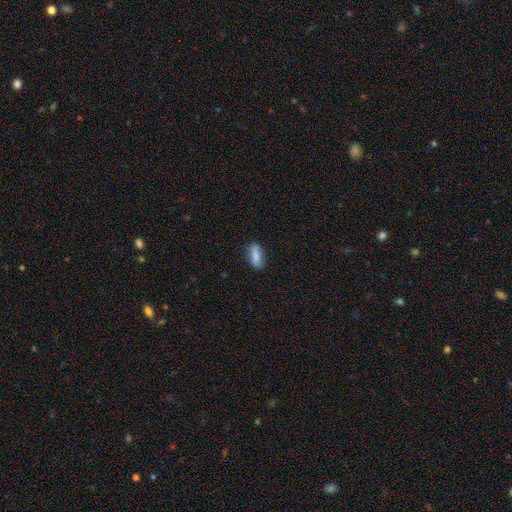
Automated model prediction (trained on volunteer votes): Smooth or featured? smooth (79%)
How rounded? in between (69%)
Merging? none (82%)